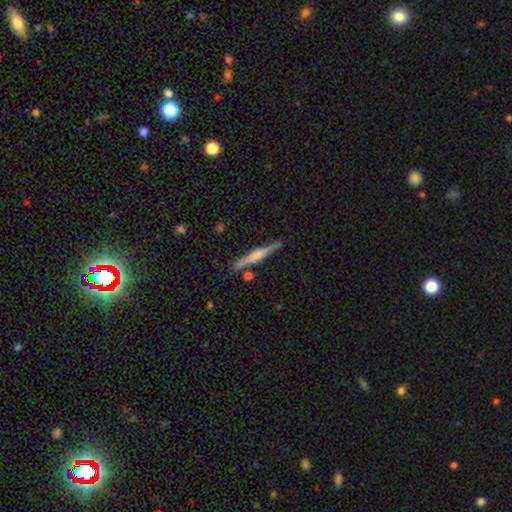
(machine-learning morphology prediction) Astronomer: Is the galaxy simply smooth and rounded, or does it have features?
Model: featured or disk — 61%.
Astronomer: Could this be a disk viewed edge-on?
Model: yes — 98%.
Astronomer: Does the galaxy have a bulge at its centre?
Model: rounded — 59%.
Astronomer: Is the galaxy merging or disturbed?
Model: none — 85%.